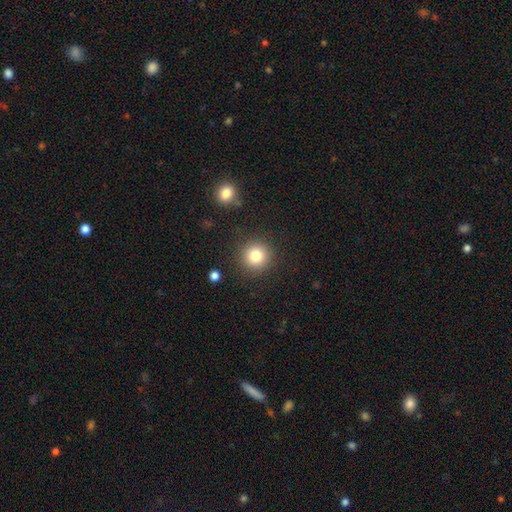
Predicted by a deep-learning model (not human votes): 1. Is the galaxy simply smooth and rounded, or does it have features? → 80% smooth, 12% star or artifact, 8% featured or disk.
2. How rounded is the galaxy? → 94% round, 5% in between, 1% cigar-shaped.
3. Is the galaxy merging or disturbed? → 89% none, 7% minor disturbance, 3% major disturbance, 2% merger.